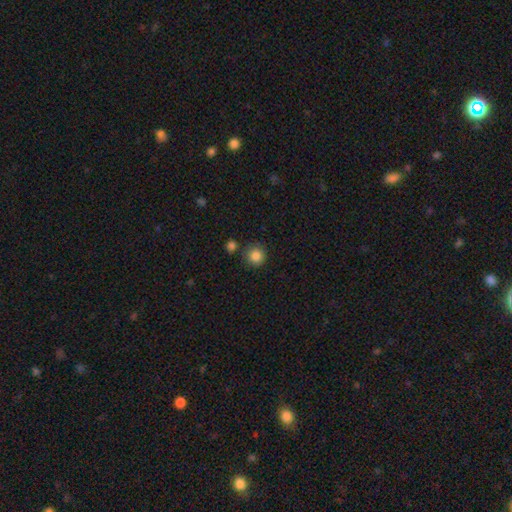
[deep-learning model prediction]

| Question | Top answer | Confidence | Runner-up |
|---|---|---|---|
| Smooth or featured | smooth | 86% | star or artifact (10%) |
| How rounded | round | 93% | in between (6%) |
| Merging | none | 82% | minor disturbance (9%) |